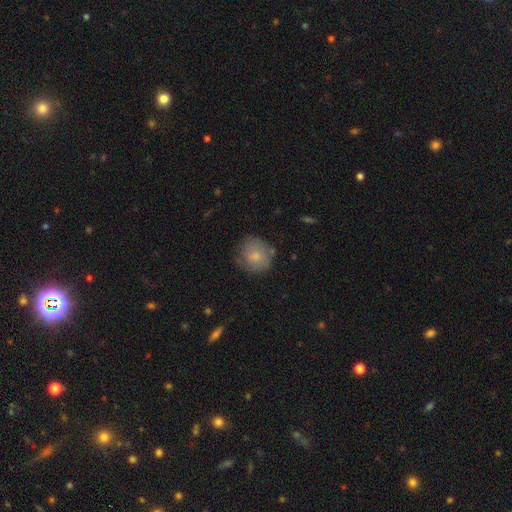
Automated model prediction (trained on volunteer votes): smooth_or_featured: smooth (p=0.74) [alt: featured or disk p=0.19]
how_rounded: round (p=0.84) [alt: in between p=0.15]
merging: none (p=0.71) [alt: minor disturbance p=0.21]